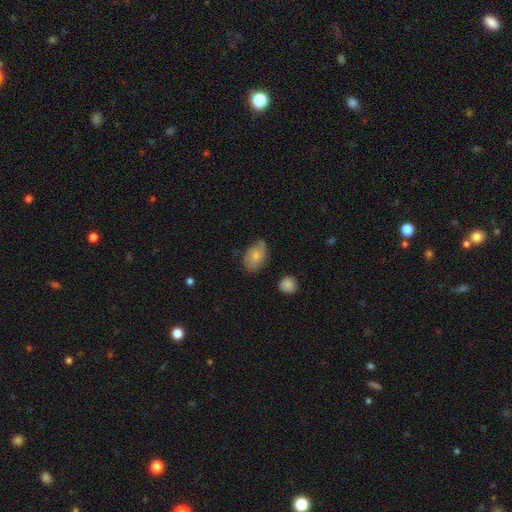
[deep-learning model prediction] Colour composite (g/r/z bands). It shows a smooth galaxy with no disk features (67%) that is in between round and cigar-shaped (81%). Merging: none (53%).